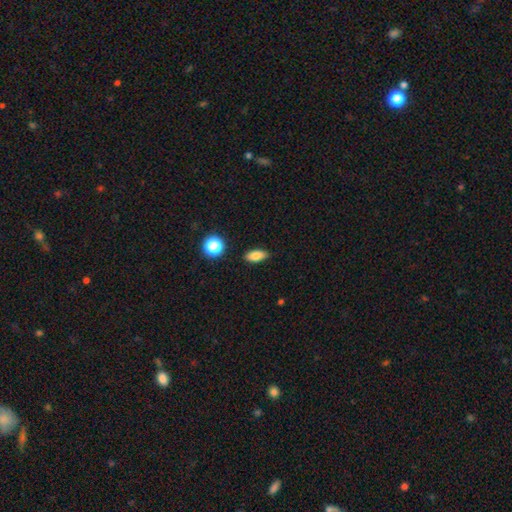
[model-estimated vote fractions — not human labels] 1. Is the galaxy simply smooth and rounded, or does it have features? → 83% smooth, 10% star or artifact, 7% featured or disk.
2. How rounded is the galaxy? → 84% in between, 10% cigar-shaped, 6% round.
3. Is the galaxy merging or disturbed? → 88% none, 9% minor disturbance, 2% major disturbance, 2% merger.